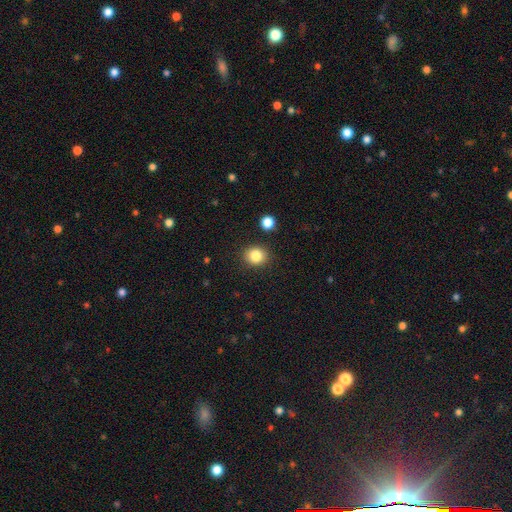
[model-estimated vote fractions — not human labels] Smooth or featured: smooth — 84% (star or artifact — 11%)
How rounded: round — 80% (in between — 19%)
Merging: none — 88% (minor disturbance — 7%)